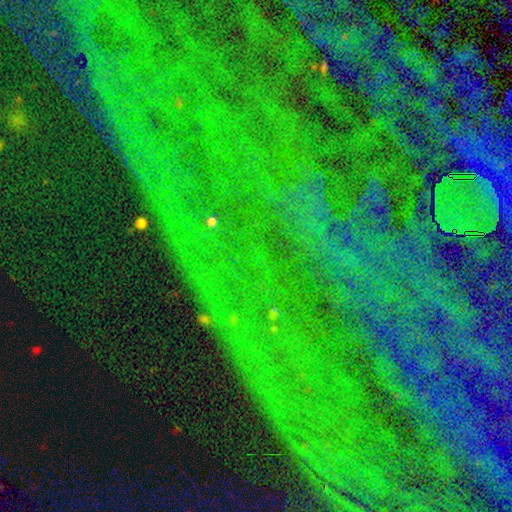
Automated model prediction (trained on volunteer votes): Smooth or featured?
  - star or artifact: 85% *
  - featured or disk: 8%
  - smooth: 7%